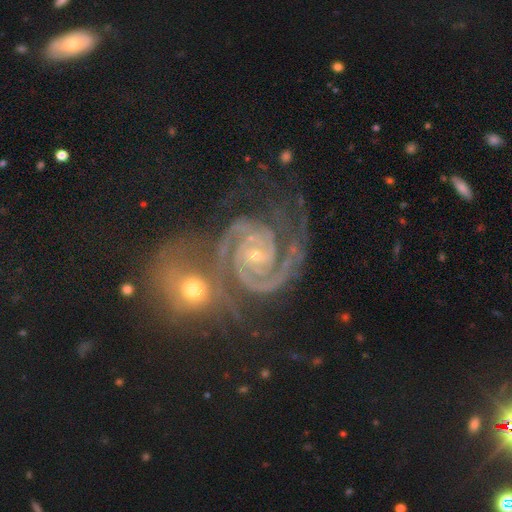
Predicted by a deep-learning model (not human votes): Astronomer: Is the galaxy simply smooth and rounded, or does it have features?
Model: featured or disk — 93%.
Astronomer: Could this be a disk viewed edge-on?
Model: no — 98%.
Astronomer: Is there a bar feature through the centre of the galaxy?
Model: no — 64%.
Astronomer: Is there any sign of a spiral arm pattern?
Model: yes — 99%.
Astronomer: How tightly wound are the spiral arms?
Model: tight — 64%.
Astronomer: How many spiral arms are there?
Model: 2 — 69%.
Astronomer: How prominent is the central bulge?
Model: small — 80%.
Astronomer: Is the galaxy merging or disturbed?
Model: none — 40% (runner-up: merger, 37%).